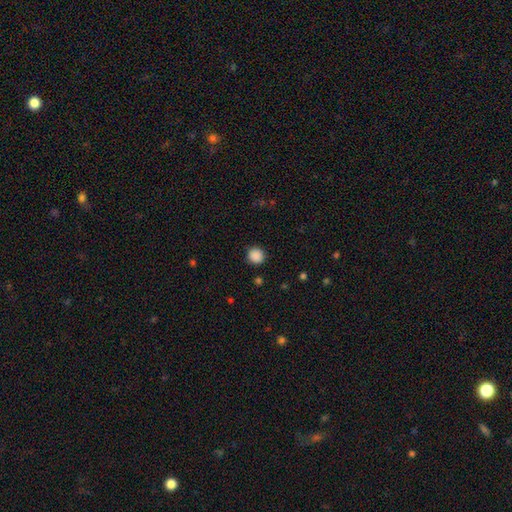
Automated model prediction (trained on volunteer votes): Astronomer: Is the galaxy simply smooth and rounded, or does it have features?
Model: smooth — 88%.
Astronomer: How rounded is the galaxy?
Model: round — 92%.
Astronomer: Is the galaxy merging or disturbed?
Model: none — 90%.